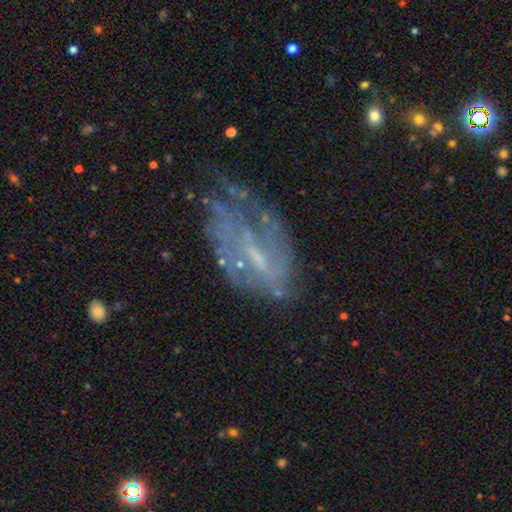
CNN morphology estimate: type=featured or disk (70%); edge-on=no (94%); bar=weak (46%); spiral arms=yes (63%); bulge=small (44%); merging=none (38%).